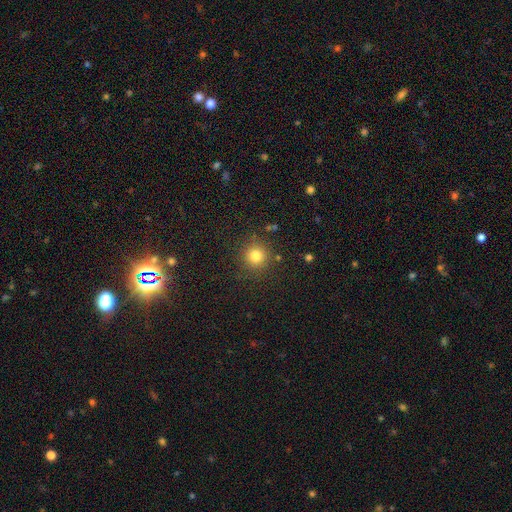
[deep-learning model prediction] A smooth galaxy with no disk features (81%) that is round (94%).

Vote fractions:
- Smooth or featured? smooth: 81% / star or artifact: 14% / featured or disk: 5%
- How rounded? round: 94% / in between: 5% / cigar-shaped: 1%
- Merging? none: 88% / minor disturbance: 7% / major disturbance: 3% / merger: 2%